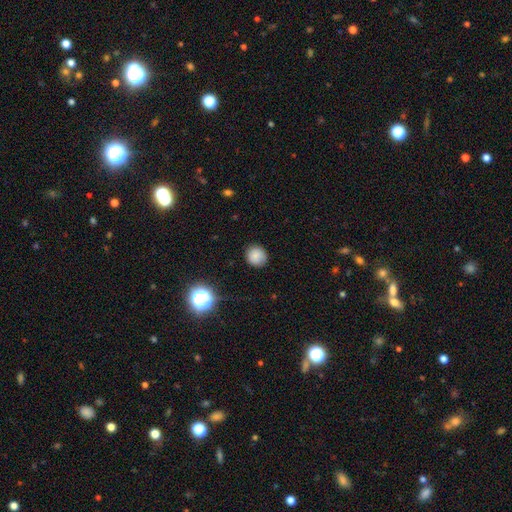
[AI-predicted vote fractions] This appears to be a smooth galaxy with no disk features (81%) that is round (89%). Merging: none (86%).